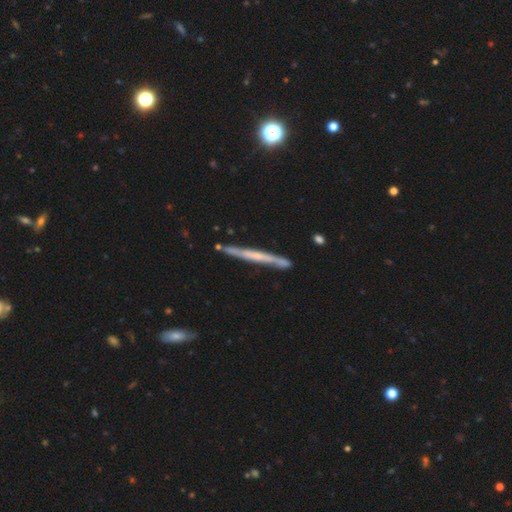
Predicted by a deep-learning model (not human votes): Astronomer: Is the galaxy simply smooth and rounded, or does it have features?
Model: featured or disk — 63%.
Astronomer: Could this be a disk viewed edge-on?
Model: yes — 92%.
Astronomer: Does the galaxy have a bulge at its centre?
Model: none — 66%.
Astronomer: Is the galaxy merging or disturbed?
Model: none — 82%.